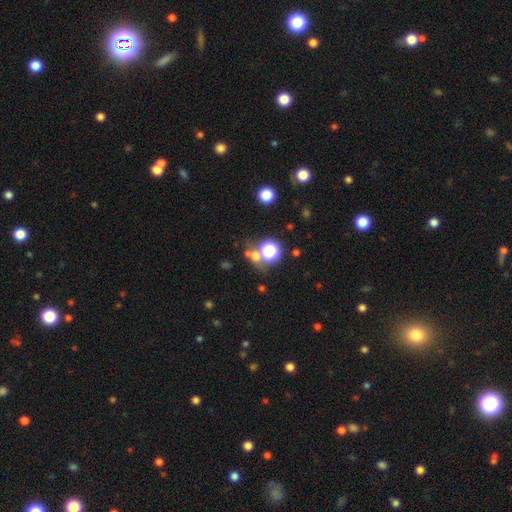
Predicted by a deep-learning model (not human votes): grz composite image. It shows a smooth galaxy with no disk features (50%) that is round (82%). Merging: none (59%).